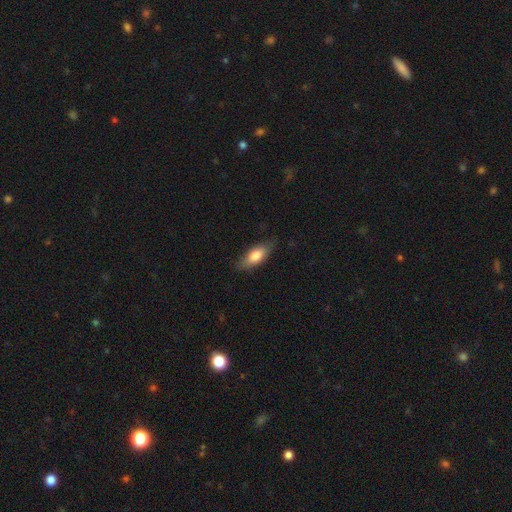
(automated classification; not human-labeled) Smooth or featured: smooth — 74% (featured or disk — 20%)
How rounded: in between — 73% (cigar-shaped — 24%)
Merging: none — 77% (minor disturbance — 18%)